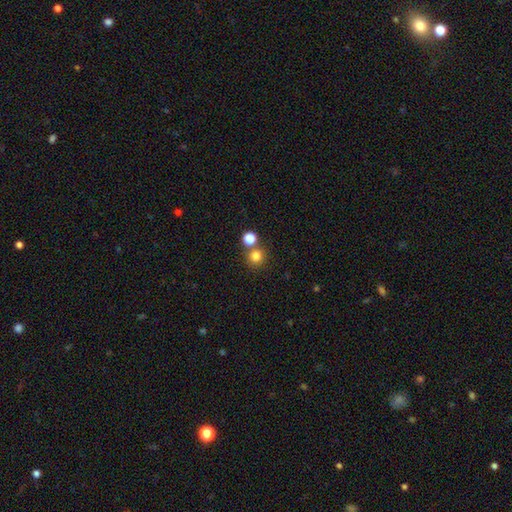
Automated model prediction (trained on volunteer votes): This appears to be a smooth galaxy with no disk features (80%) that is round (93%). Merging: none (73%).